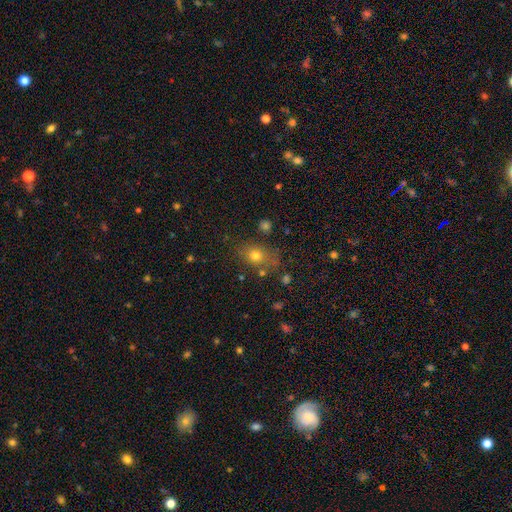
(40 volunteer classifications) This appears to be a smooth galaxy with no disk features (80%) that is round (53%). Merging: none (86%).